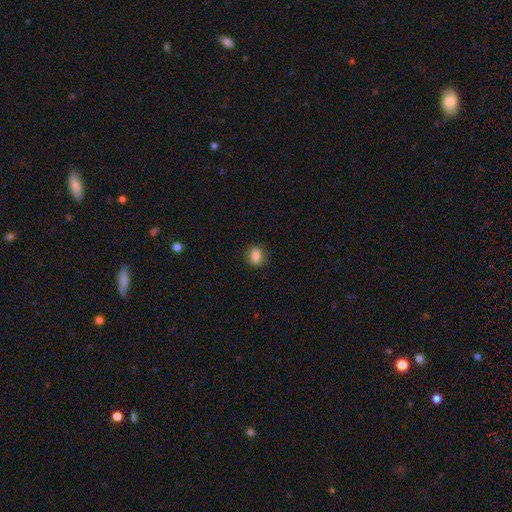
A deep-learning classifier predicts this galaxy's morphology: smooth_or_featured: smooth (p=0.85) [alt: star or artifact p=0.09]
how_rounded: in between (p=0.61) [alt: round p=0.37]
merging: none (p=0.83) [alt: minor disturbance p=0.13]